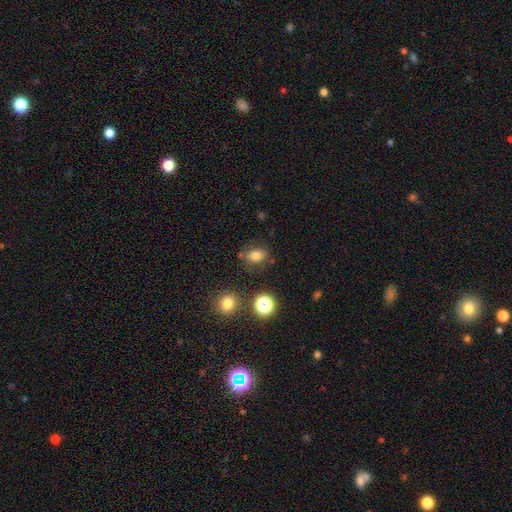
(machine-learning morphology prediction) A smooth galaxy with no disk features (75%) that is in between round and cigar-shaped (65%).

Vote fractions:
- Smooth or featured? smooth: 75% / star or artifact: 15% / featured or disk: 10%
- How rounded? in between: 65% / round: 33% / cigar-shaped: 1%
- Merging? none: 75% / minor disturbance: 15% / merger: 6% / major disturbance: 5%